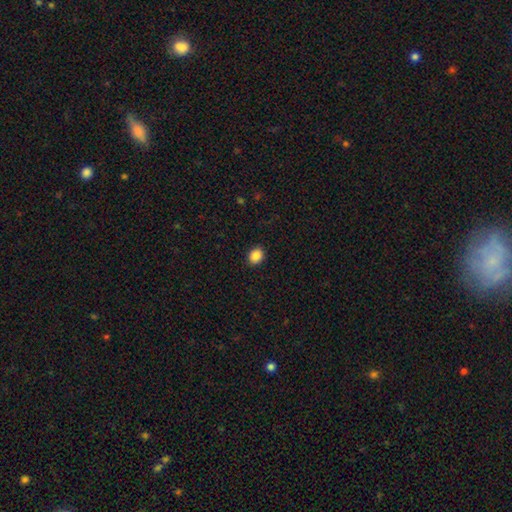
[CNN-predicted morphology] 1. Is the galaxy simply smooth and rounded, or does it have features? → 88% smooth, 10% star or artifact, 3% featured or disk.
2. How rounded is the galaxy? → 61% round, 38% in between, 1% cigar-shaped.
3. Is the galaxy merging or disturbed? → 91% none, 6% minor disturbance, 2% major disturbance, 1% merger.